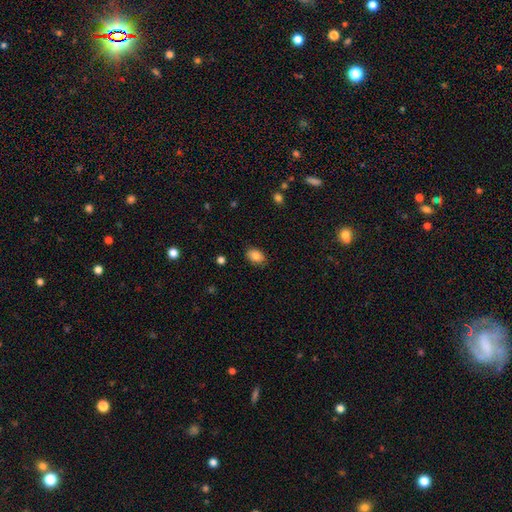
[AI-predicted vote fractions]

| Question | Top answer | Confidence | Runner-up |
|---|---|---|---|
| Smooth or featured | smooth | 85% | star or artifact (8%) |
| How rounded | in between | 85% | round (14%) |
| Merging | none | 84% | minor disturbance (12%) |